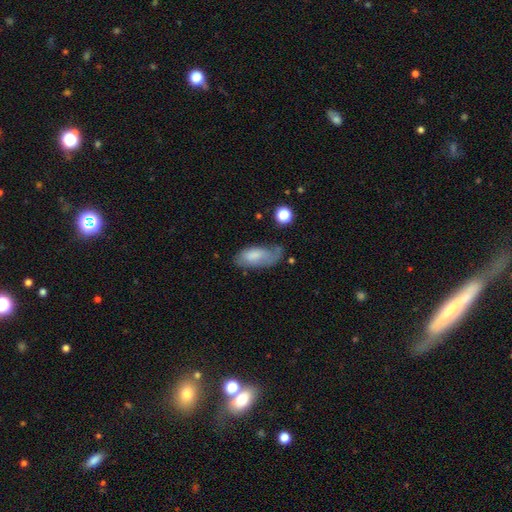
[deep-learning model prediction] smooth_or_featured: smooth (p=0.68) [alt: featured or disk p=0.25]
how_rounded: in between (p=0.86) [alt: cigar-shaped p=0.12]
merging: none (p=0.45) [alt: minor disturbance p=0.33]